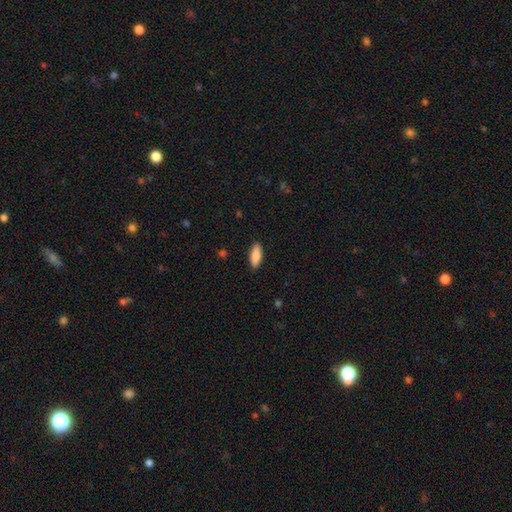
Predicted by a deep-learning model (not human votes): This is clearly a smooth galaxy (83%). How rounded: likely in between (66%). Merging: clearly none (89%).